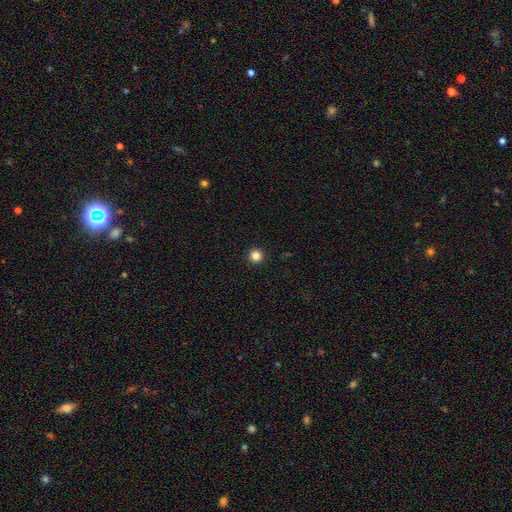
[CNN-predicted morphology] Smooth or featured? smooth (85%)
How rounded? round (96%)
Merging? none (94%)